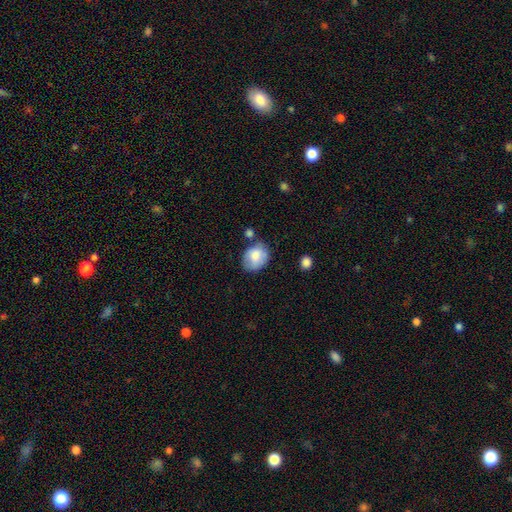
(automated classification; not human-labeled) This is likely a smooth galaxy (79%). How rounded: possibly in between (56%). Merging: likely none (61%).